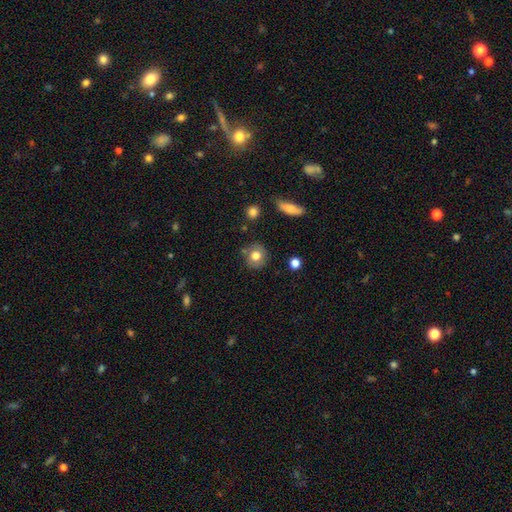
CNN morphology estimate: Smooth or featured? Predicted: smooth (p=0.76). How rounded? Predicted: round (p=0.86). Merging? Predicted: none (p=0.81).